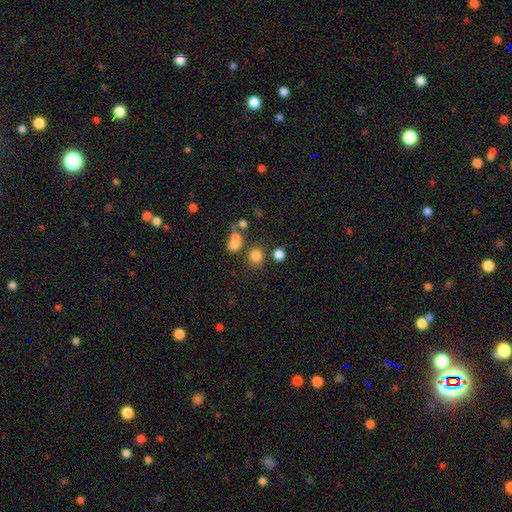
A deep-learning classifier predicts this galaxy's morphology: Smooth or featured? Predicted: smooth (p=0.78). How rounded? Predicted: round (p=0.83). Merging? Predicted: none (p=0.69).